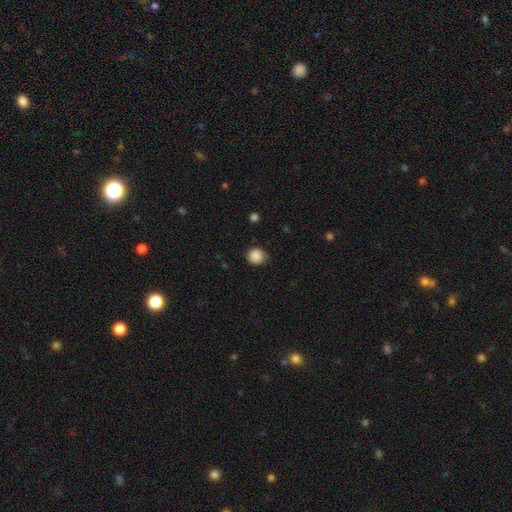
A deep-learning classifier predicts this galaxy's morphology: smooth_or_featured: smooth (p=0.87) [alt: star or artifact p=0.09]
how_rounded: round (p=0.83) [alt: in between p=0.16]
merging: none (p=0.72) [alt: minor disturbance p=0.22]